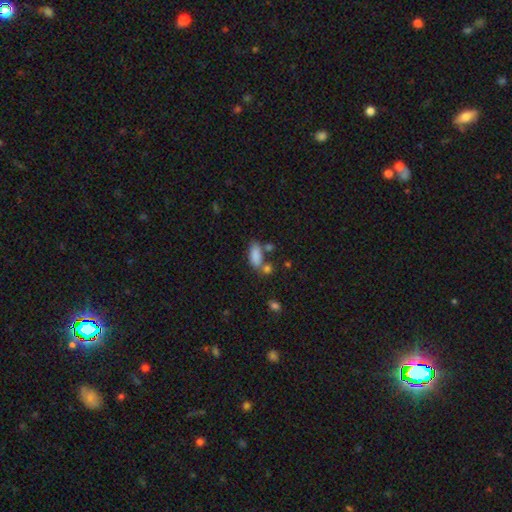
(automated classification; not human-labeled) A smooth galaxy with no disk features (84%) that is in between round and cigar-shaped (82%). Merging: none (55%).